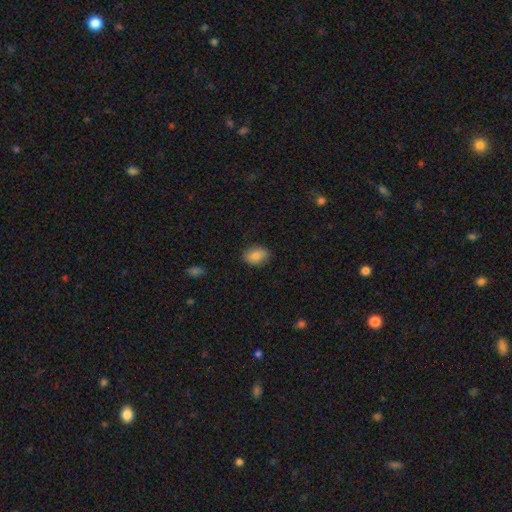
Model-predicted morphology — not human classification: smooth_or_featured: smooth (p=0.82) [alt: featured or disk p=0.10]
how_rounded: in between (p=0.76) [alt: round p=0.22]
merging: none (p=0.83) [alt: minor disturbance p=0.14]